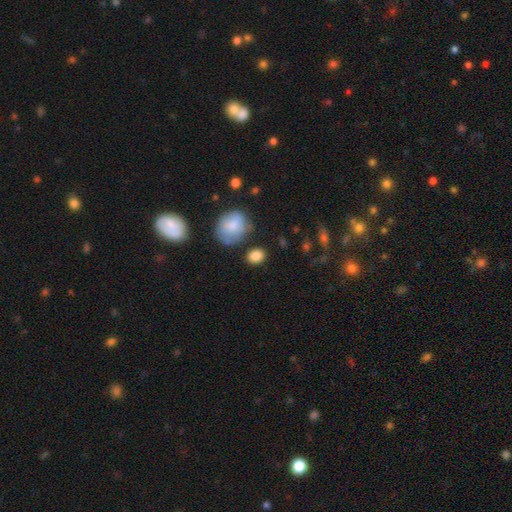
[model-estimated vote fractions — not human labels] Smooth or featured?
  - smooth: 86% *
  - star or artifact: 8%
  - featured or disk: 5%
How rounded?
  - in between: 50% *
  - round: 49%
  - cigar-shaped: 1%
Merging?
  - none: 78% *
  - minor disturbance: 14%
  - merger: 4%
  - major disturbance: 4%